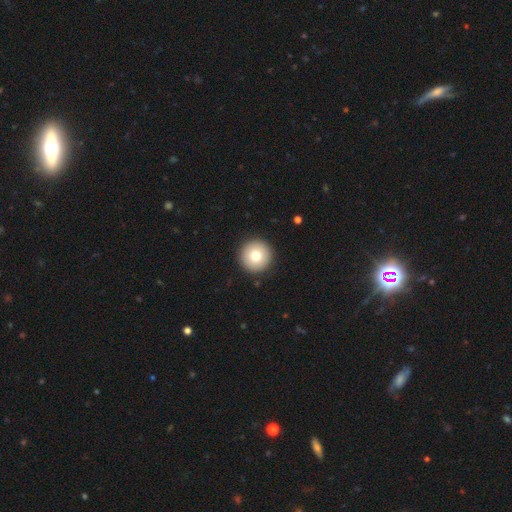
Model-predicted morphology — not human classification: The model was most divided on "smooth or featured": smooth: 76%, featured or disk: 14%, star or artifact: 9%. More confident: how rounded — round (97%); merging — none (93%).